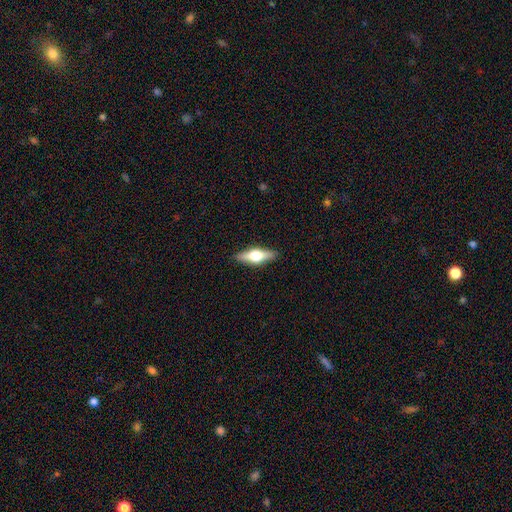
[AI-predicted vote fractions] smooth-or-featured: featured or disk: 55% | smooth: 38% | star or artifact: 7%
  disk-edge-on: yes: 94% | no: 6%
    edge-on-bulge: rounded: 95% | boxy: 4% | none: 1%
  merging: none: 89% | minor disturbance: 8% | major disturbance: 2% | merger: 1%